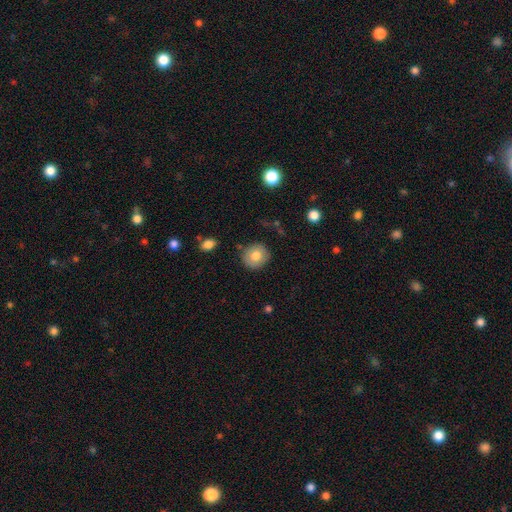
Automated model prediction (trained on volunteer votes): Overall: smooth (78%). How rounded: round (87%). Merging: none (86%).